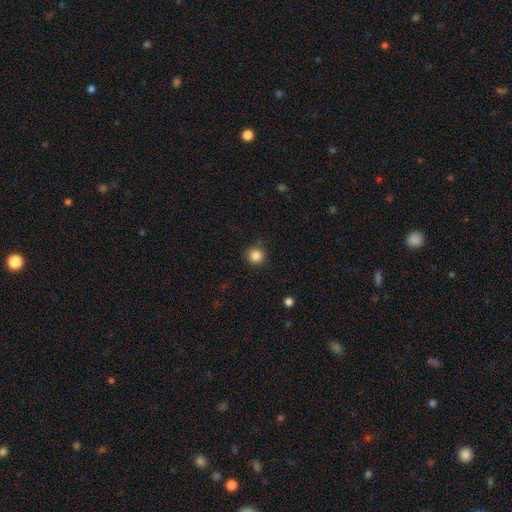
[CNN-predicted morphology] Smooth or featured? Predicted: smooth (p=0.85). How rounded? Predicted: round (p=0.94). Merging? Predicted: none (p=0.89).